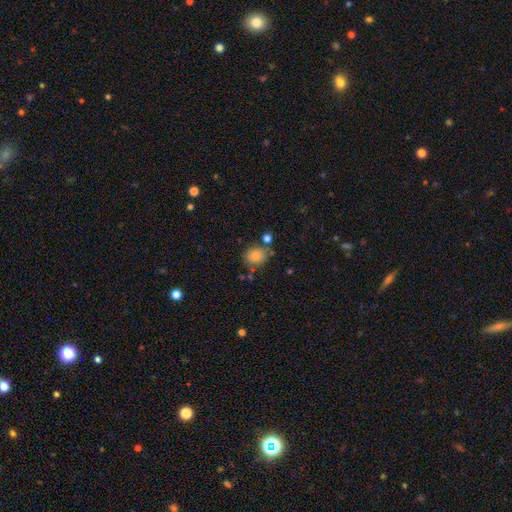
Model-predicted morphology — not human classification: A smooth galaxy with no disk features (82%) that is round (58%). Merging: none (70%).